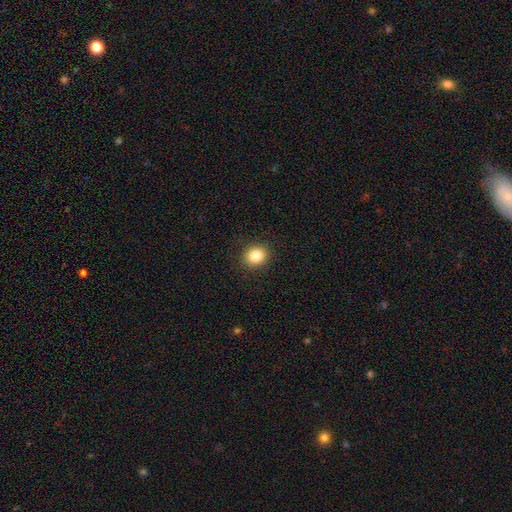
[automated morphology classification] Overall: smooth (84%). How rounded: round (71%). Merging: none (90%).